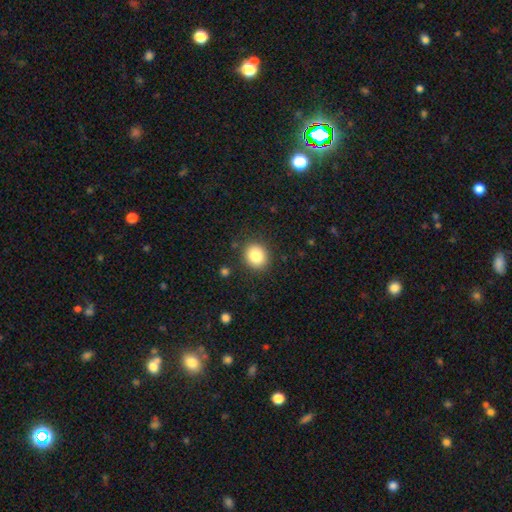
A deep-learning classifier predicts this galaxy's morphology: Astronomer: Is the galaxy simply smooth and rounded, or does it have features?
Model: smooth — 84%.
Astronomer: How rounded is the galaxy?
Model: round — 76%.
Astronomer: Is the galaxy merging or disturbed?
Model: none — 88%.